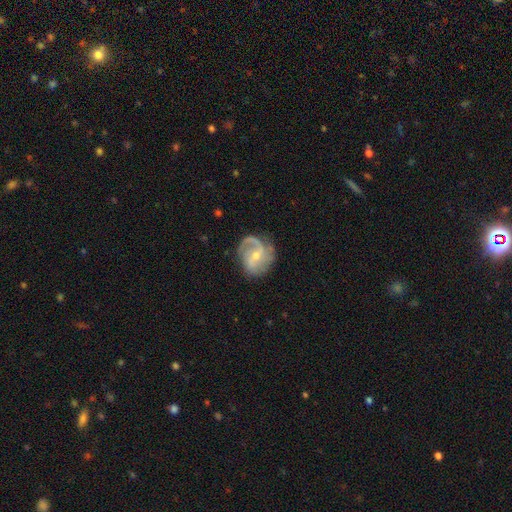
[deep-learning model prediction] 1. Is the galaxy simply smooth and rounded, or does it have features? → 84% featured or disk, 10% smooth, 5% star or artifact.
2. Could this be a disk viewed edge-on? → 98% no, 2% yes.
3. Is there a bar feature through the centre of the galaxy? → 49% weak, 36% no, 15% strong.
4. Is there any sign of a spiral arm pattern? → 95% yes, 5% no.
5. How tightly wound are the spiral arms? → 47% medium, 34% loose, 19% tight.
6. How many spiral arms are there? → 60% 2, 14% 3, 10% can't tell, 10% 1, 3% 4, 3% more than 4.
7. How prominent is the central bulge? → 56% small, 40% moderate, 2% none, 1% large, 1% dominant.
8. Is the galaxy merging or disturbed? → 69% none, 20% minor disturbance, 10% major disturbance, 2% merger.